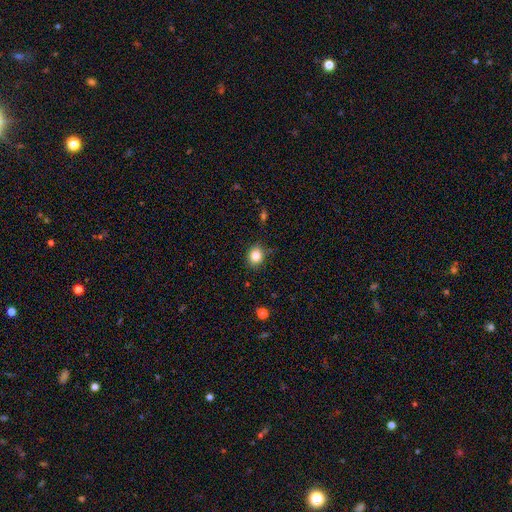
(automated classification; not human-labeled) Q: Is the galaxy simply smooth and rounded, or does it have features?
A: smooth — 83%.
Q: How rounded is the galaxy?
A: round — 64%.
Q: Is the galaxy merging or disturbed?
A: none — 85%.